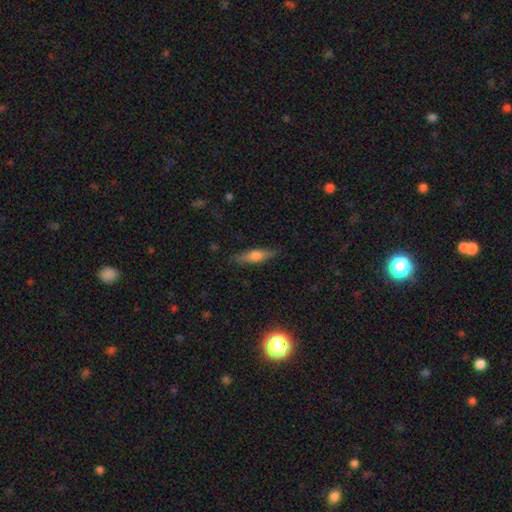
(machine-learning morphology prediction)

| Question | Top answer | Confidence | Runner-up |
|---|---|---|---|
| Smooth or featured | smooth | 53% | featured or disk (40%) |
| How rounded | cigar-shaped | 65% | in between (32%) |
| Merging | none | 84% | minor disturbance (12%) |